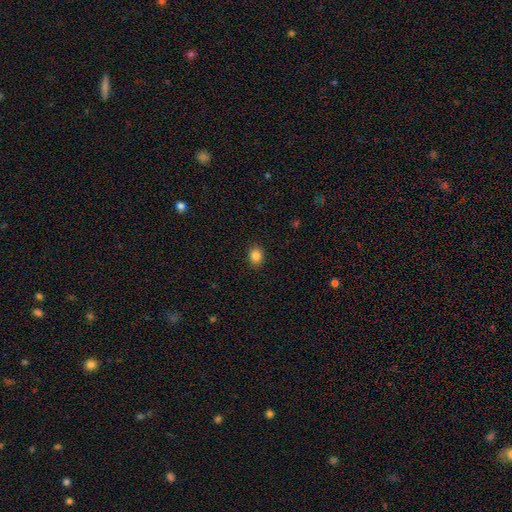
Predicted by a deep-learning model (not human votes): Q: Smooth or featured?
A: smooth (86%); runner-up: star or artifact (10%)
Q: How rounded?
A: round (52%); runner-up: in between (47%)
Q: Merging?
A: none (89%); runner-up: minor disturbance (8%)